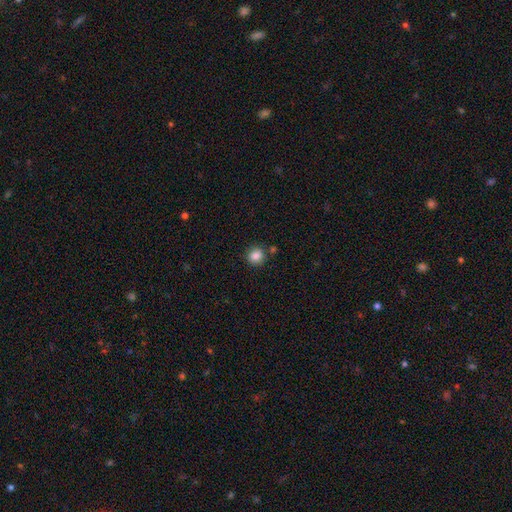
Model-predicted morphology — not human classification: Smooth or featured?
  - smooth: 86% *
  - star or artifact: 10%
  - featured or disk: 4%
How rounded?
  - round: 87% *
  - in between: 12%
  - cigar-shaped: 1%
Merging?
  - none: 82% *
  - minor disturbance: 9%
  - merger: 6%
  - major disturbance: 3%